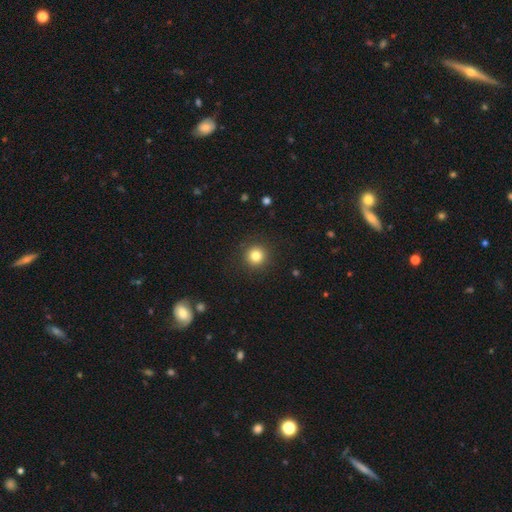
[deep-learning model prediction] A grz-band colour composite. It shows a smooth galaxy with no disk features (82%) that is round (95%). Merging: none (91%).